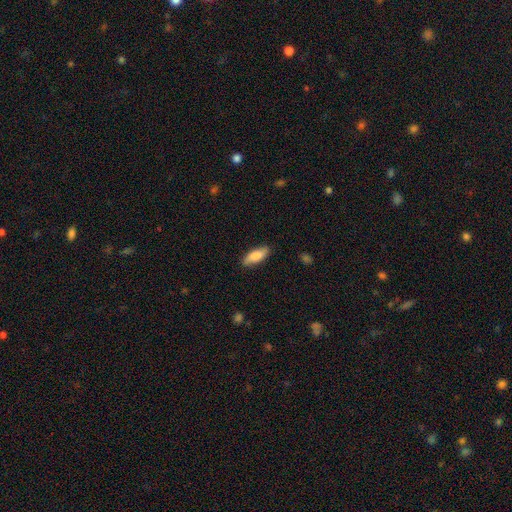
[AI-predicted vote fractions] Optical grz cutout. It shows a smooth galaxy with no disk features (82%) that is in between round and cigar-shaped (72%). Merging: none (86%).